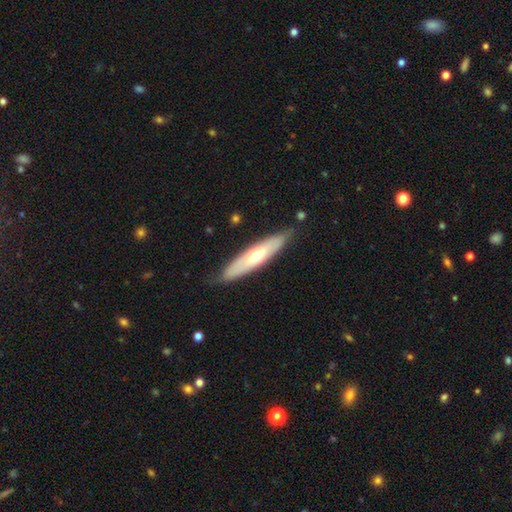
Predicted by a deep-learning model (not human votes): This appears to be a featured or disk galaxy (49%). Merging: none (82%).